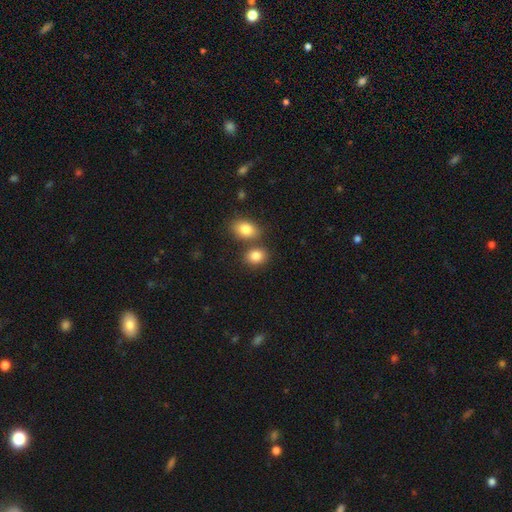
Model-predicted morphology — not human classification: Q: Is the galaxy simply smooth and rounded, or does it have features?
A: smooth — 85%.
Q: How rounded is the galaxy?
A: in between — 58%.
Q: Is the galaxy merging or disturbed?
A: none — 59%.